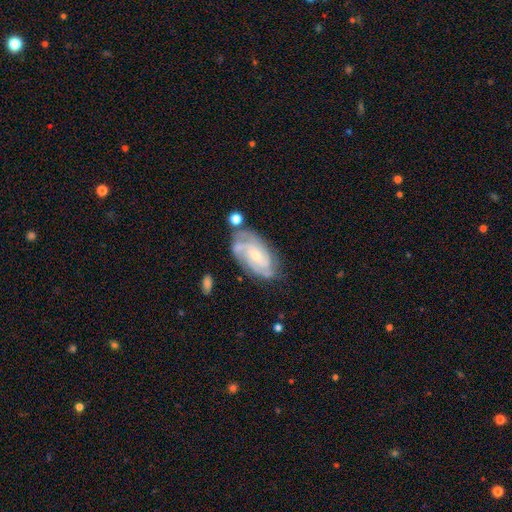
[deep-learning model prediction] Q: Smooth or featured?
A: featured or disk (83%); runner-up: smooth (11%)
Q: Edge-on disk?
A: no (96%); runner-up: yes (4%)
Q: Bar?
A: no (64%); runner-up: weak (28%)
Q: Spiral arms?
A: yes (96%); runner-up: no (4%)
Q: Spiral winding?
A: tight (62%); runner-up: medium (32%)
Q: Spiral arm count?
A: 3 (29%); runner-up: can't tell (25%)
Q: Bulge size?
A: small (69%); runner-up: moderate (27%)
Q: Merging?
A: none (67%); runner-up: minor disturbance (21%)